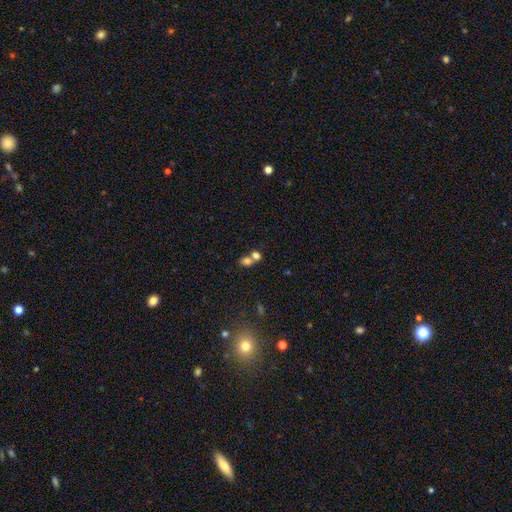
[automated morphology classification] Overall: smooth (72%). How rounded: in between (51%; round 47%). Merging: merger (60%; none 30%).